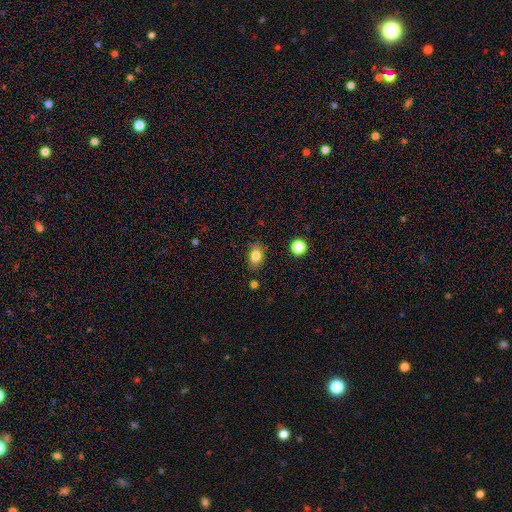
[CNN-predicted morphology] The model was most divided on "how rounded": in between: 76%, round: 22%, cigar-shaped: 2%. More confident: smooth or featured — smooth (82%); merging — none (80%).